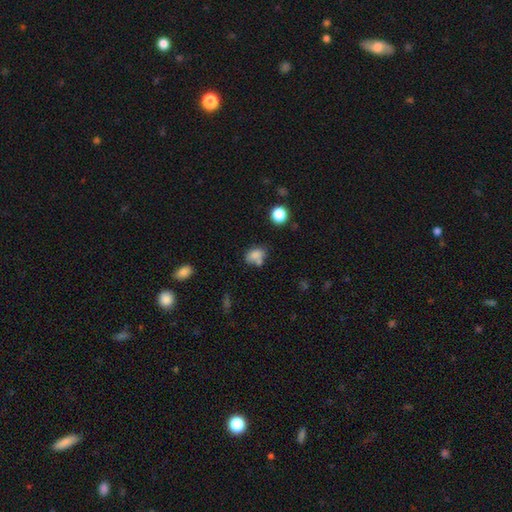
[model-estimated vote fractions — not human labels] Smooth or featured? smooth (78%)
How rounded? in between (70%)
Merging? none (46%)